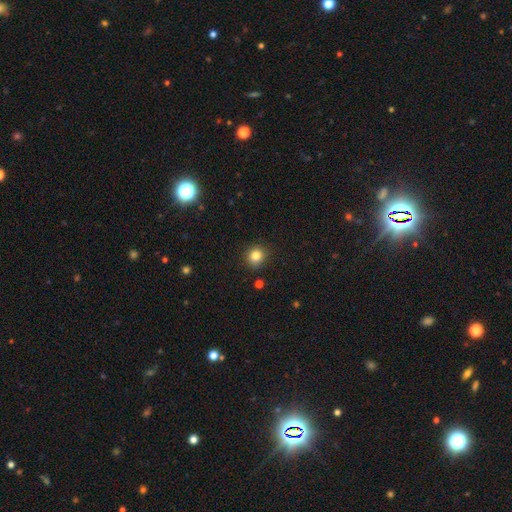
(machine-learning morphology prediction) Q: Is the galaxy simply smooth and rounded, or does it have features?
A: smooth — 83%.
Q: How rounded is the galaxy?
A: round — 87%.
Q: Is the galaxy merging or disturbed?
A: none — 88%.